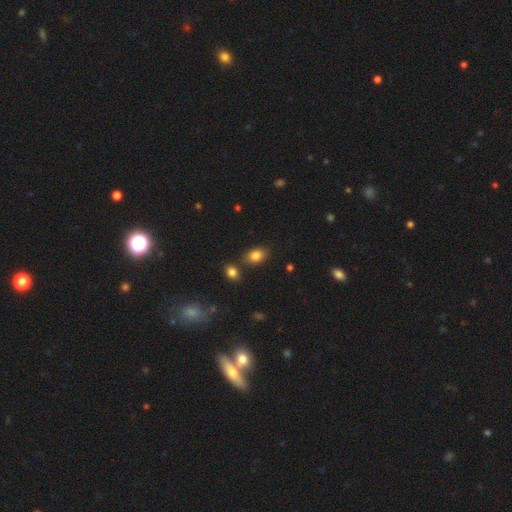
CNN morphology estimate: Smooth or featured? Predicted: smooth (p=0.84). How rounded? Predicted: in between (p=0.77). Merging? Predicted: none (p=0.77).